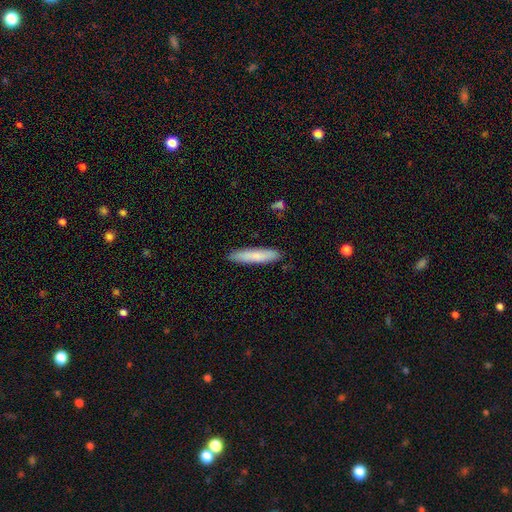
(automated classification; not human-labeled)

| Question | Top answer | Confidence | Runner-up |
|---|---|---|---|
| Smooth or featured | smooth | 77% | featured or disk (17%) |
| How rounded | cigar-shaped | 86% | in between (13%) |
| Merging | none | 88% | minor disturbance (9%) |